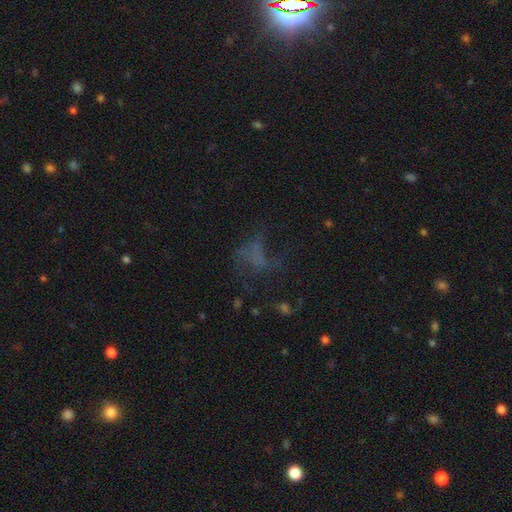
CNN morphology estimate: Smooth or featured: featured or disk — 36% (smooth — 33%)
Merging: none — 41% (major disturbance — 40%)